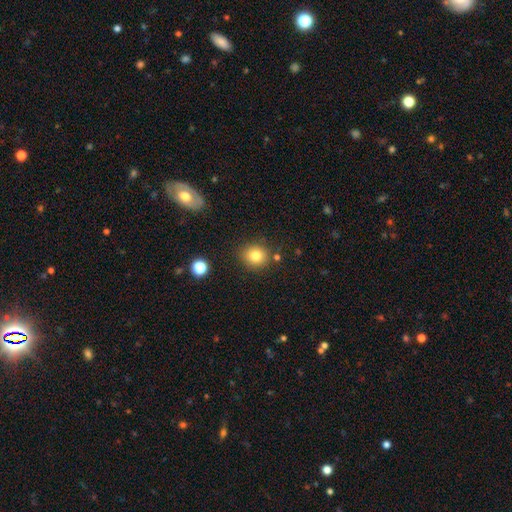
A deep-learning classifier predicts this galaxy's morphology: Q: Smooth or featured?
A: smooth (81%); runner-up: star or artifact (12%)
Q: How rounded?
A: round (81%); runner-up: in between (18%)
Q: Merging?
A: none (83%); runner-up: minor disturbance (10%)